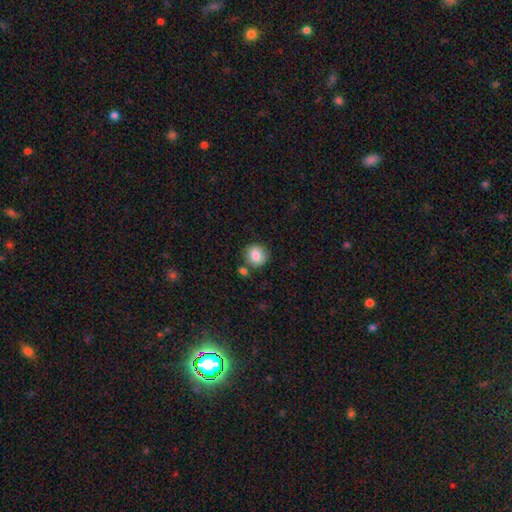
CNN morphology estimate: smooth 86%, star or artifact 8%, featured or disk 6%. Down the decision tree: how rounded — round (86%); merging — none (76%).